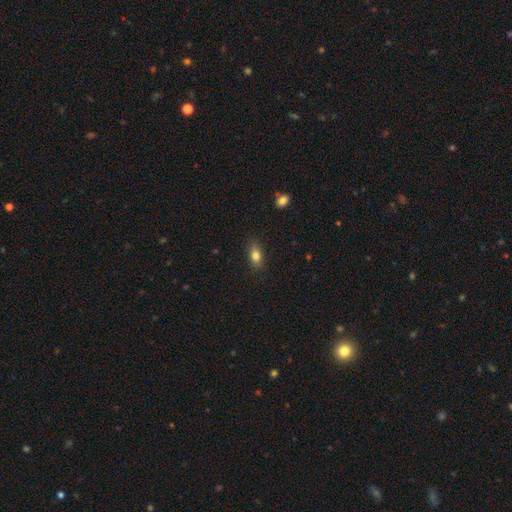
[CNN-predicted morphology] This appears to be a smooth galaxy with no disk features (80%) that is in between round and cigar-shaped (82%). Merging: none (83%).